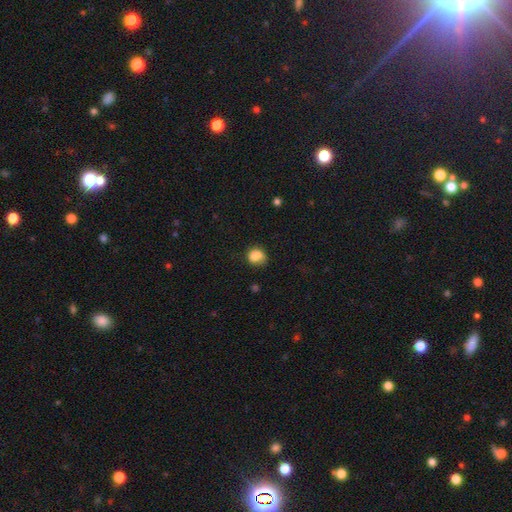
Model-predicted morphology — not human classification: Smooth or featured? smooth (80%)
How rounded? round (60%)
Merging? none (52%)